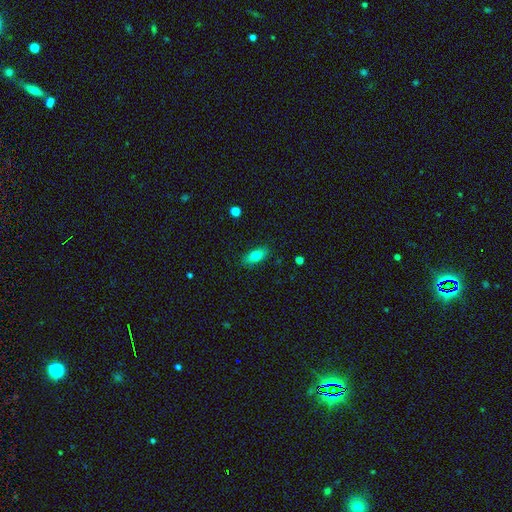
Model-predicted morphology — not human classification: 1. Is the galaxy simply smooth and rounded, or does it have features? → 77% smooth, 15% featured or disk, 8% star or artifact.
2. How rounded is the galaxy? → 80% in between, 16% cigar-shaped, 4% round.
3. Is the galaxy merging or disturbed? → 86% none, 10% minor disturbance, 2% major disturbance, 1% merger.